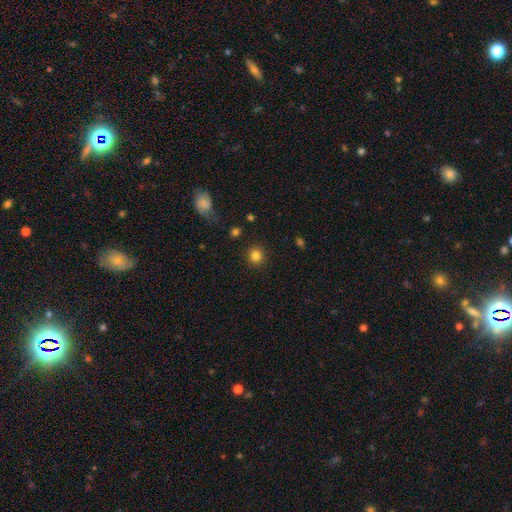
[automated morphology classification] A smooth galaxy with no disk features (83%) that is round (89%).

Vote fractions:
- Smooth or featured? smooth: 83% / star or artifact: 12% / featured or disk: 5%
- How rounded? round: 89% / in between: 10% / cigar-shaped: 1%
- Merging? none: 90% / minor disturbance: 6% / major disturbance: 2% / merger: 1%